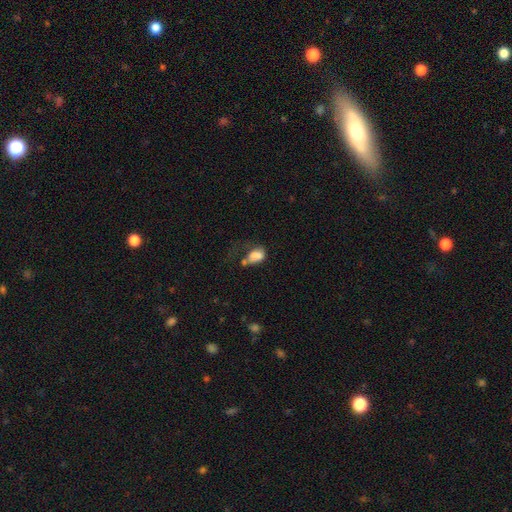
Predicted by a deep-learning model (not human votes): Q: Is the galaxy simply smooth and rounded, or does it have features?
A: smooth — 76%.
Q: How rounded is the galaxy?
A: in between — 85%.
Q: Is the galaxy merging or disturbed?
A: major disturbance — 37%.